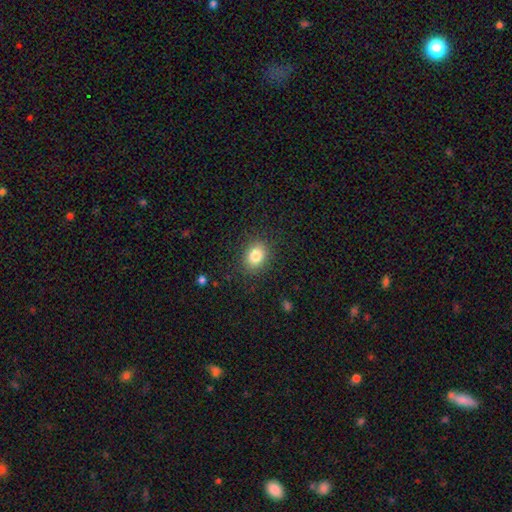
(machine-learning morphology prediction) Overall: smooth (82%). How rounded: in between (53%; round 46%). Merging: none (86%).